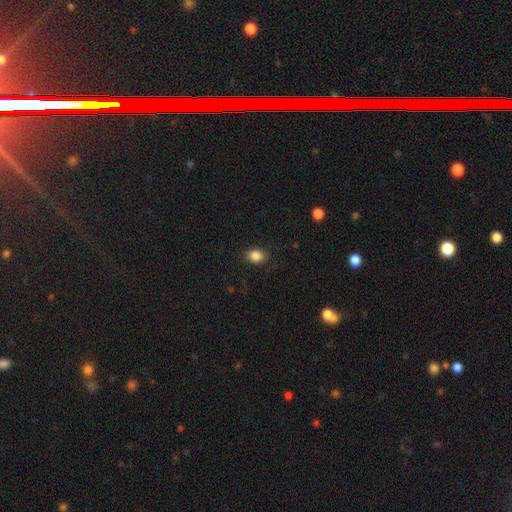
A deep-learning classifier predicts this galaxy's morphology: Smooth or featured?
  - smooth: 86% *
  - star or artifact: 9%
  - featured or disk: 5%
How rounded?
  - in between: 62% *
  - round: 37%
  - cigar-shaped: 1%
Merging?
  - none: 85% *
  - minor disturbance: 11%
  - major disturbance: 3%
  - merger: 1%